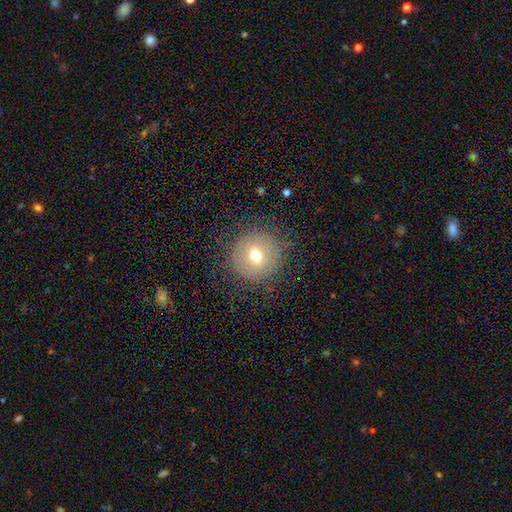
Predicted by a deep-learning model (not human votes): A smooth galaxy with no disk features (61%) that is round (91%). Merging: none (80%).